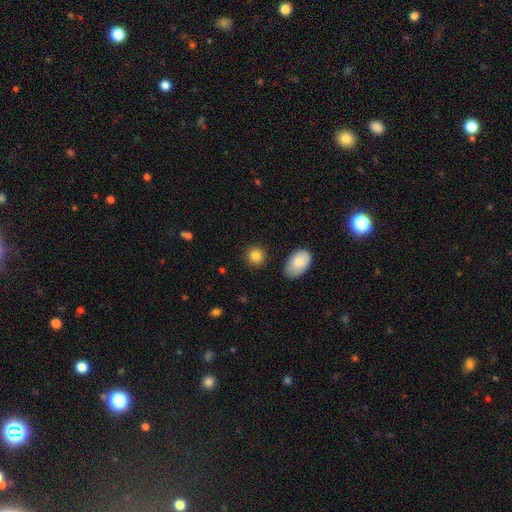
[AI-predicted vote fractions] Smooth or featured?
  - smooth: 85% *
  - star or artifact: 9%
  - featured or disk: 6%
How rounded?
  - round: 87% *
  - in between: 12%
  - cigar-shaped: 1%
Merging?
  - none: 87% *
  - minor disturbance: 8%
  - merger: 3%
  - major disturbance: 3%